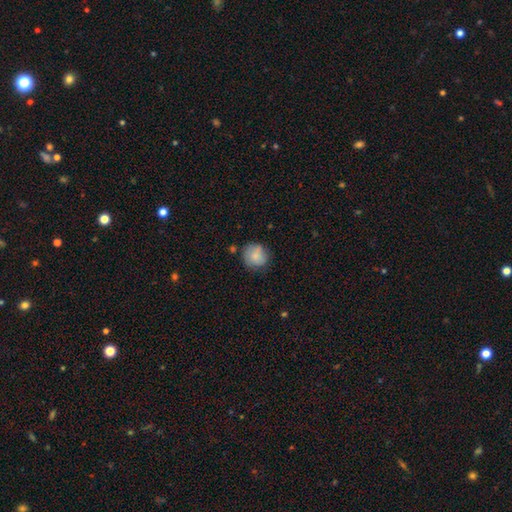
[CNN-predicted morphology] type=smooth (83%); roundness=round (89%); merging=none (74%).